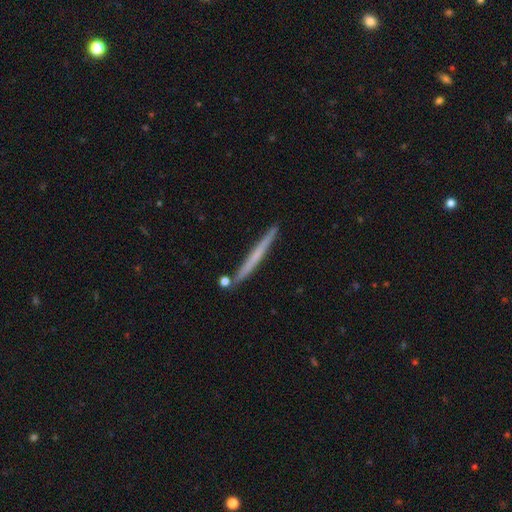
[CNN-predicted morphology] Q: Smooth or featured?
A: smooth (47%); tied with: featured or disk (47%)
Q: Merging?
A: none (88%); runner-up: minor disturbance (7%)